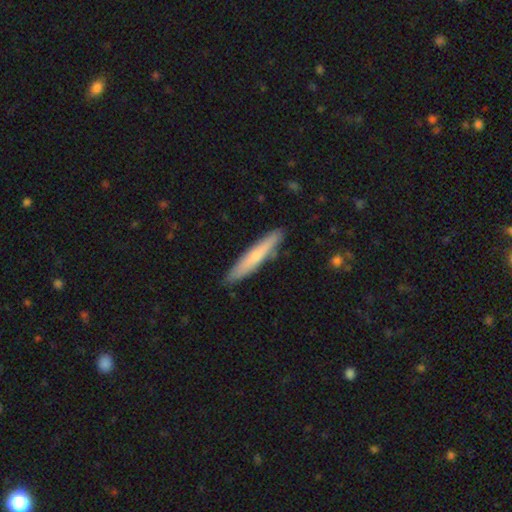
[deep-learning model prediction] Q: Smooth or featured?
A: smooth (61%); runner-up: featured or disk (33%)
Q: How rounded?
A: cigar-shaped (93%); runner-up: in between (6%)
Q: Merging?
A: none (88%); runner-up: minor disturbance (9%)